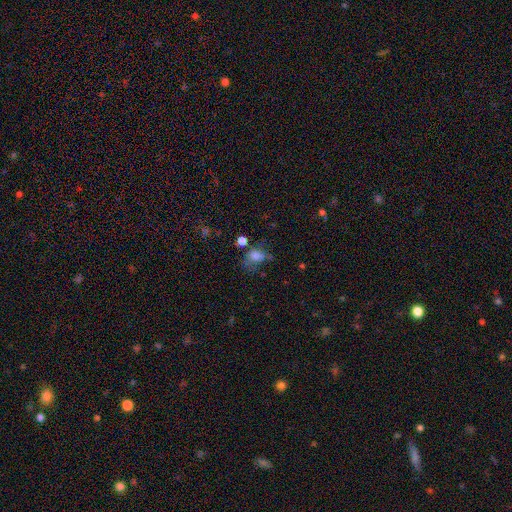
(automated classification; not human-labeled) The model was most divided on "merging": major disturbance: 32%, none: 30%, minor disturbance: 25%, merger: 13%. More confident: how rounded — in between (69%); smooth or featured — smooth (65%).